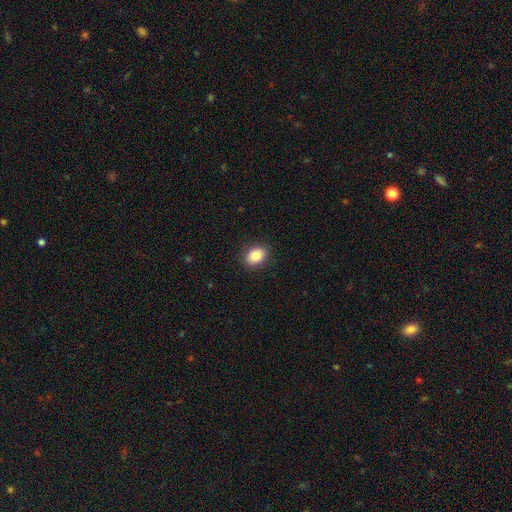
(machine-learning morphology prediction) smooth_or_featured: smooth (p=0.85) [alt: star or artifact p=0.09]
how_rounded: in between (p=0.62) [alt: round p=0.37]
merging: none (p=0.90) [alt: minor disturbance p=0.07]